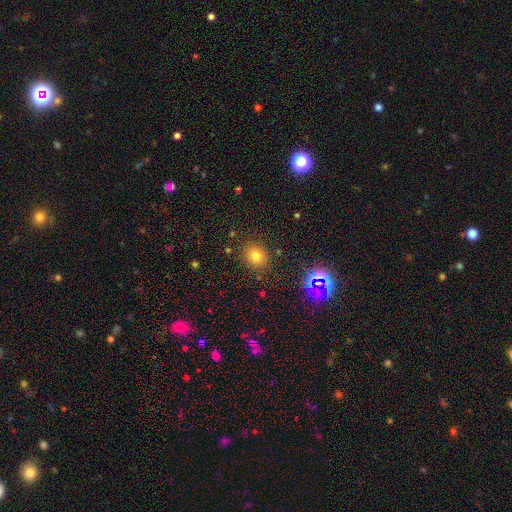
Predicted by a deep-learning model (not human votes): Smooth or featured?
  - smooth: 74% *
  - star or artifact: 18%
  - featured or disk: 8%
How rounded?
  - round: 75% *
  - in between: 24%
  - cigar-shaped: 1%
Merging?
  - none: 86% *
  - minor disturbance: 9%
  - major disturbance: 3%
  - merger: 2%